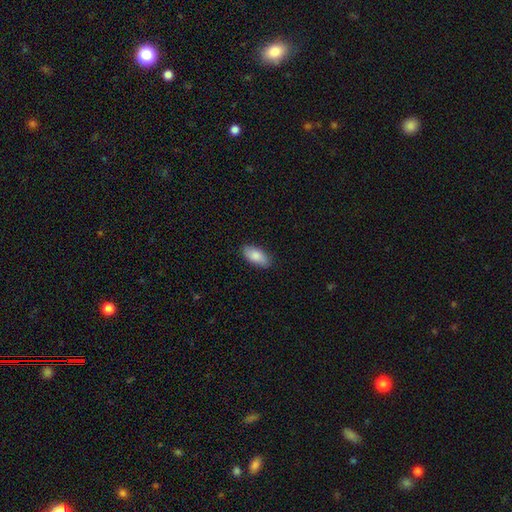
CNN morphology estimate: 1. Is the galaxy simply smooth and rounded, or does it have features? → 85% smooth, 9% featured or disk, 6% star or artifact.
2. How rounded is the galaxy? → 90% in between, 7% cigar-shaped, 2% round.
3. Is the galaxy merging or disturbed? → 86% none, 11% minor disturbance, 2% major disturbance, 1% merger.